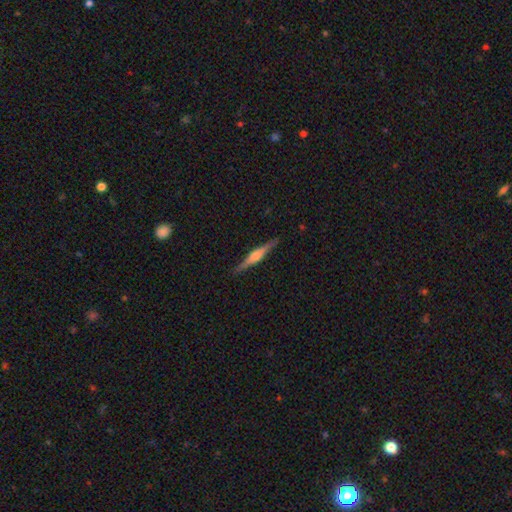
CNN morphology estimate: Smooth or featured?
  - featured or disk: 74% *
  - smooth: 21%
  - star or artifact: 6%
Edge-on disk?
  - yes: 98% *
  - no: 2%
Edge-on bulge?
  - rounded: 81% *
  - boxy: 13%
  - none: 6%
Merging?
  - none: 91% *
  - minor disturbance: 7%
  - major disturbance: 1%
  - merger: 1%